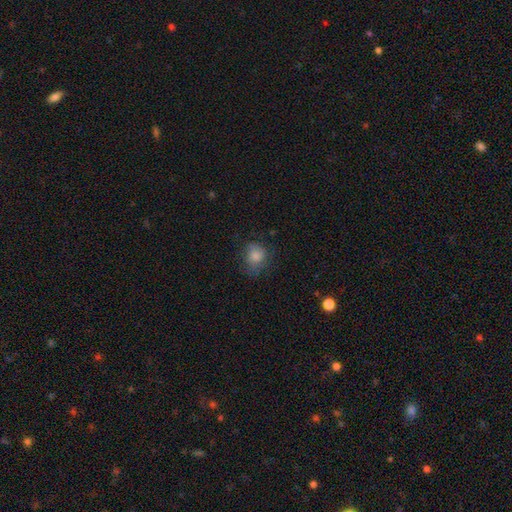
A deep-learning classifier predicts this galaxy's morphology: Overall: smooth (81%). How rounded: round (65%; in between 34%). Merging: none (60%; minor disturbance 26%).